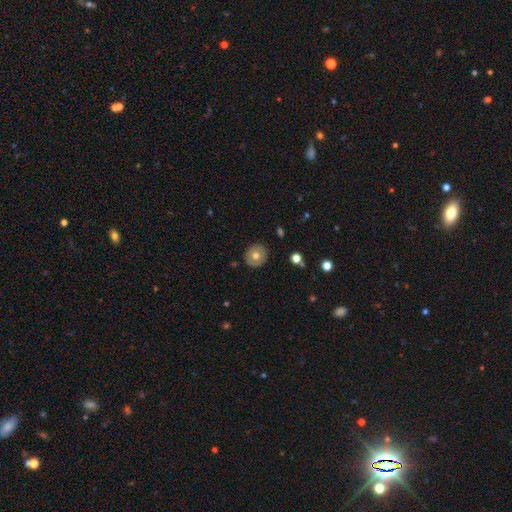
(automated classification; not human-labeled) Smooth or featured? smooth (66%)
How rounded? round (90%)
Merging? none (89%)